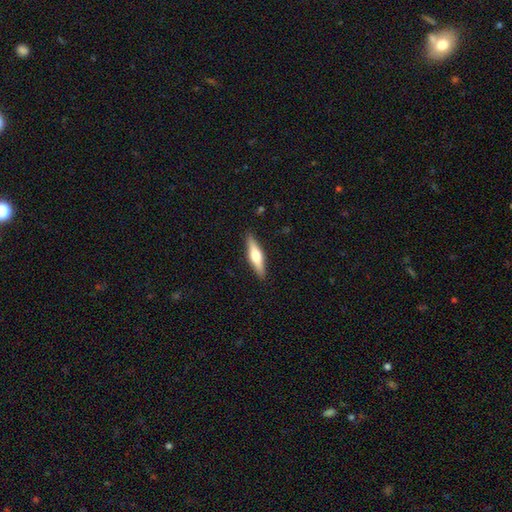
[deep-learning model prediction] A featured or disk galaxy (49%).

Vote fractions:
- Smooth or featured? featured or disk: 49% / smooth: 46% / star or artifact: 5%
- Merging? none: 89% / minor disturbance: 8% / major disturbance: 2% / merger: 1%